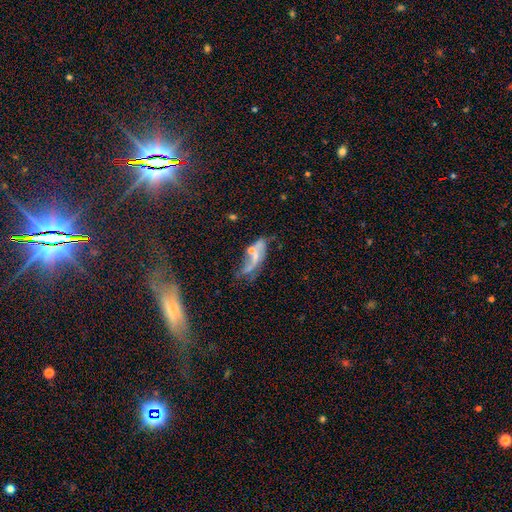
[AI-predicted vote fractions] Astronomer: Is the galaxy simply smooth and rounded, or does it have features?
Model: featured or disk — 59%.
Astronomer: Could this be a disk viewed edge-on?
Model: no — 84%.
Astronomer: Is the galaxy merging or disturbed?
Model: merger — 30% (runner-up: none, 26%).